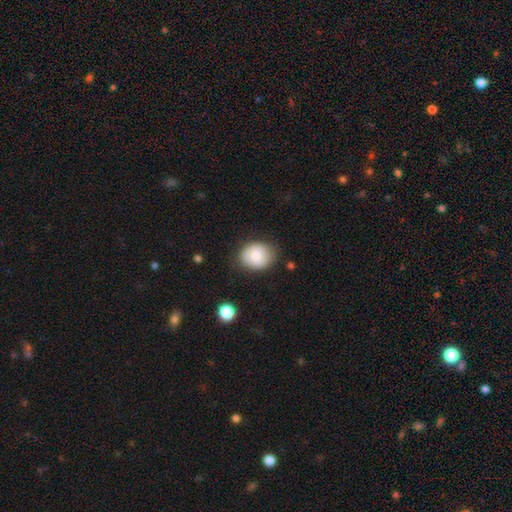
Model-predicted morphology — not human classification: The model was most divided on "how rounded": round: 59%, in between: 40%, cigar-shaped: 1%. More confident: merging — none (77%); smooth or featured — smooth (75%).